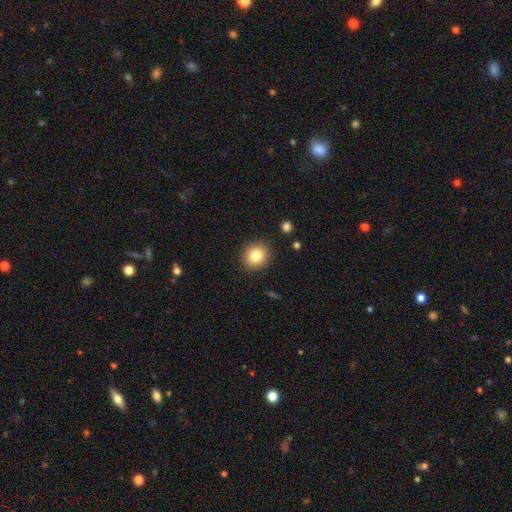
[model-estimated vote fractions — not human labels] smooth_or_featured: smooth (p=0.82) [alt: star or artifact p=0.10]
how_rounded: round (p=0.86) [alt: in between p=0.13]
merging: none (p=0.89) [alt: minor disturbance p=0.07]